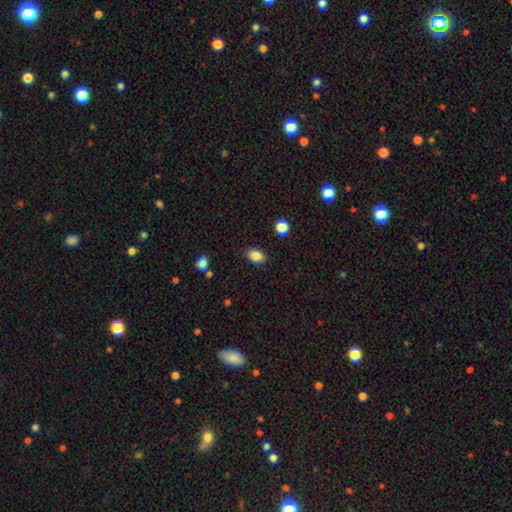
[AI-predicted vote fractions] A smooth galaxy with no disk features (87%) that is in between round and cigar-shaped (80%). Merging: none (85%).